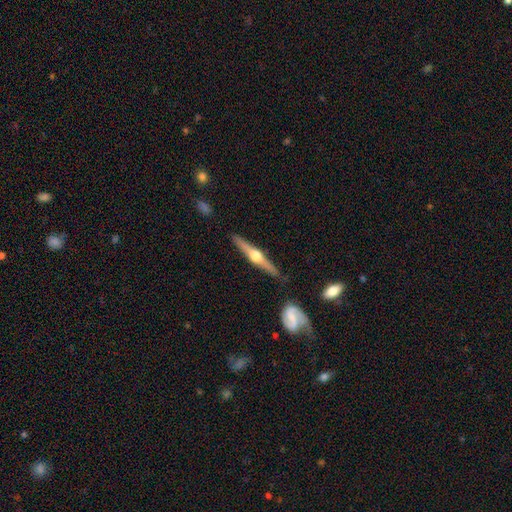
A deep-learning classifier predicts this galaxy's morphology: featured or disk 77%, smooth 18%, star or artifact 5%. Down the decision tree: edge-on disk — yes (98%); edge-on bulge — rounded (95%); merging — none (87%).